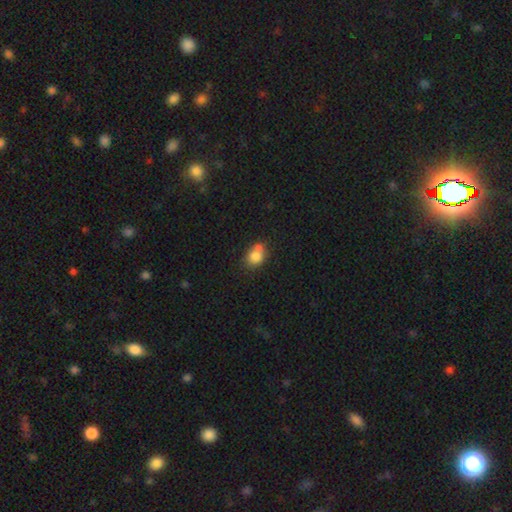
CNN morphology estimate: smooth_or_featured: smooth (p=0.79) [alt: featured or disk p=0.10]
how_rounded: round (p=0.54) [alt: in between p=0.44]
merging: none (p=0.45) [alt: merger p=0.33]